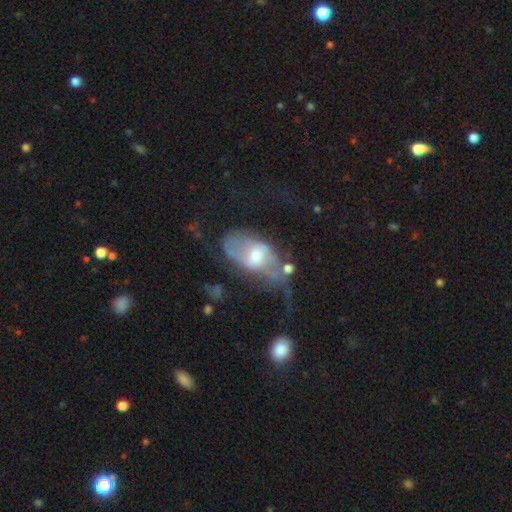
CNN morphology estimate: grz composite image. It shows a featured or disk galaxy (65%) with a weak bar (43%), spiral arms (62%) and a moderate central bulge (59%). Merging: major disturbance (41%).